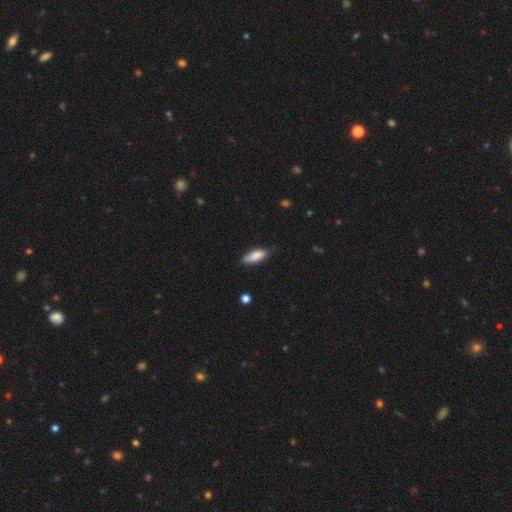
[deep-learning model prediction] A smooth galaxy with no disk features (82%) that is in between round and cigar-shaped (69%). Merging: none (72%).